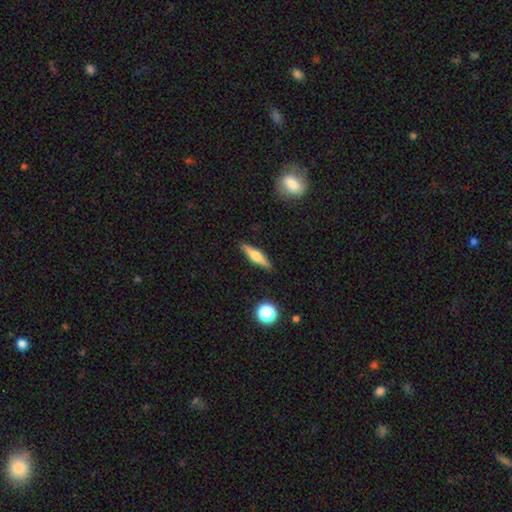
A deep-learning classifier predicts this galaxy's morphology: A featured or disk galaxy (57%) viewed edge-on (96%) with a rounded central bulge (89%). Merging: none (90%).